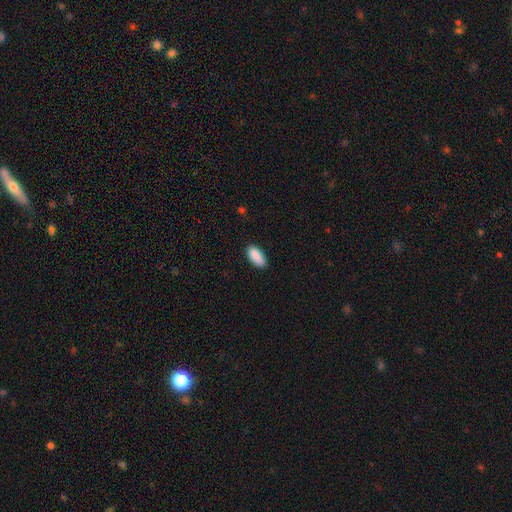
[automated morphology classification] This appears to be a smooth galaxy with no disk features (91%) that is in between round and cigar-shaped (91%). Merging: none (85%).